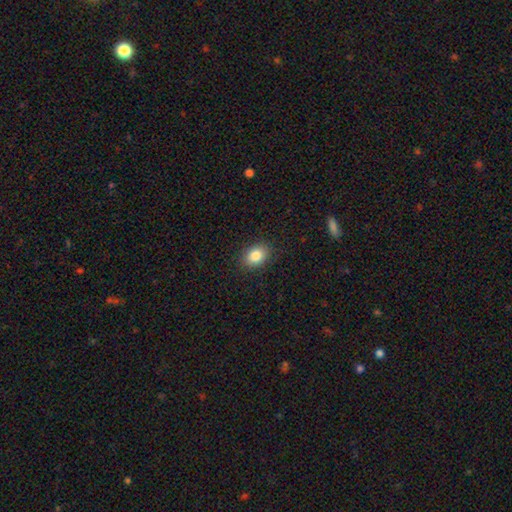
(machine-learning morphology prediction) Smooth or featured?
  - smooth: 85% *
  - star or artifact: 9%
  - featured or disk: 6%
How rounded?
  - in between: 72% *
  - round: 27%
  - cigar-shaped: 1%
Merging?
  - none: 88% *
  - minor disturbance: 9%
  - major disturbance: 2%
  - merger: 1%